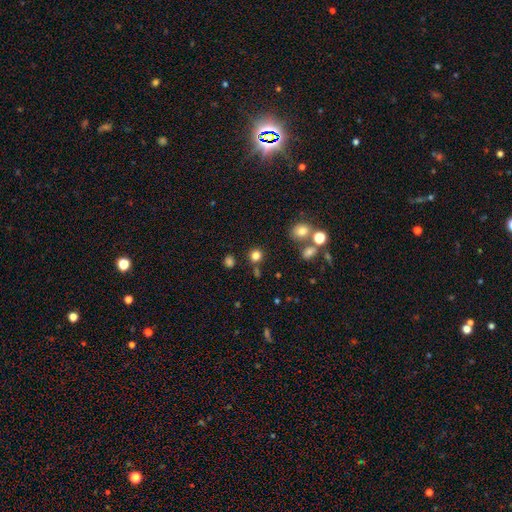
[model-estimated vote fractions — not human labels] smooth_or_featured: smooth (p=0.79) [alt: star or artifact p=0.16]
how_rounded: round (p=0.89) [alt: in between p=0.10]
merging: none (p=0.79) [alt: merger p=0.10]